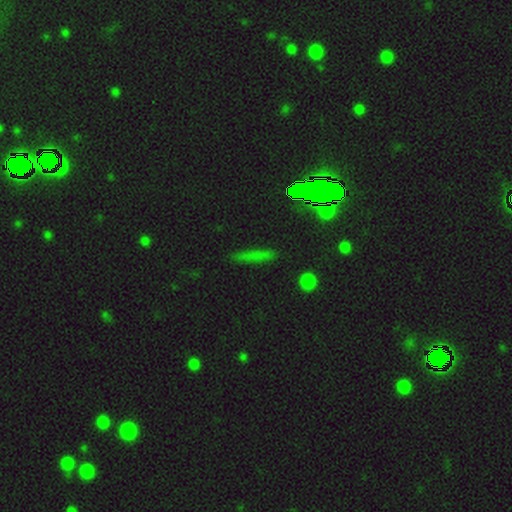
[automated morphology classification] This is possibly a smooth galaxy (47%). Merging: clearly none (82%).